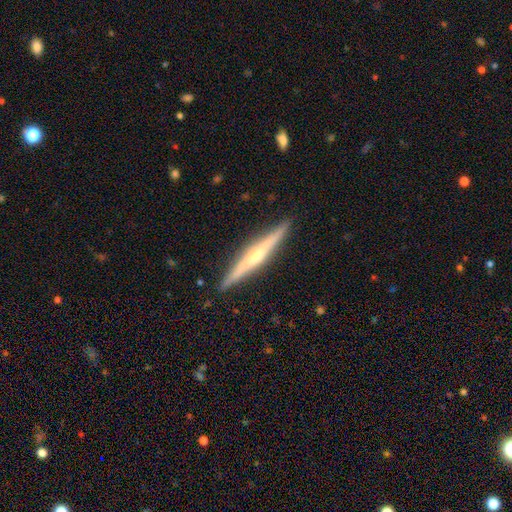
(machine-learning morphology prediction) The model was most divided on "smooth or featured": featured or disk: 75%, smooth: 20%, star or artifact: 6%. More confident: edge-on disk — yes (98%); merging — none (92%); edge-on bulge — rounded (81%).